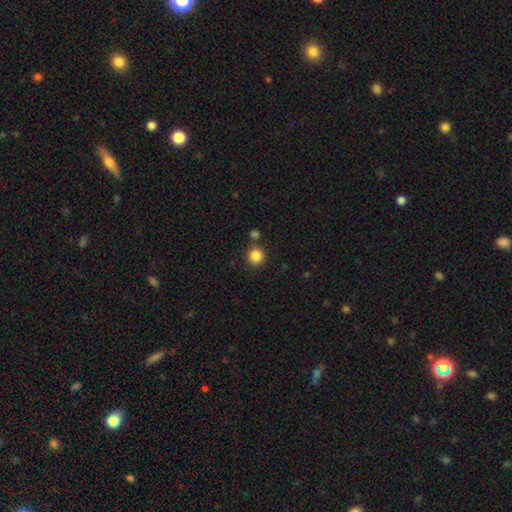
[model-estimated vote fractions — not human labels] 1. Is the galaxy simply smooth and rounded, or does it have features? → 86% smooth, 11% star or artifact, 4% featured or disk.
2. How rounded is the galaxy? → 93% round, 6% in between, 1% cigar-shaped.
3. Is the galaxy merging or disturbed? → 82% none, 9% merger, 7% minor disturbance, 2% major disturbance.